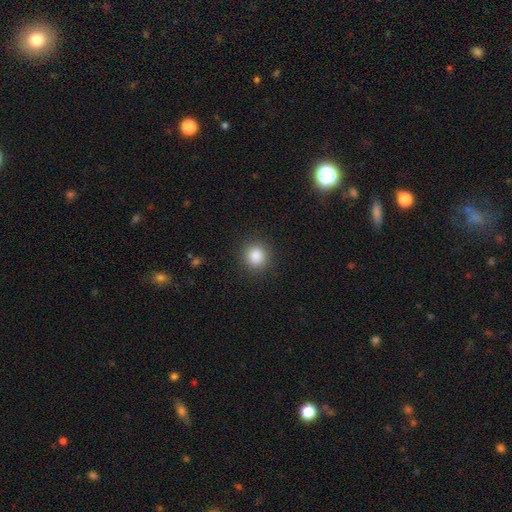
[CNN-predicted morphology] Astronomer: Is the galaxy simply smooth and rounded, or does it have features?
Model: smooth — 86%.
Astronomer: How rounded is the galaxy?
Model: round — 90%.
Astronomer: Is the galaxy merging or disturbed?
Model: none — 90%.